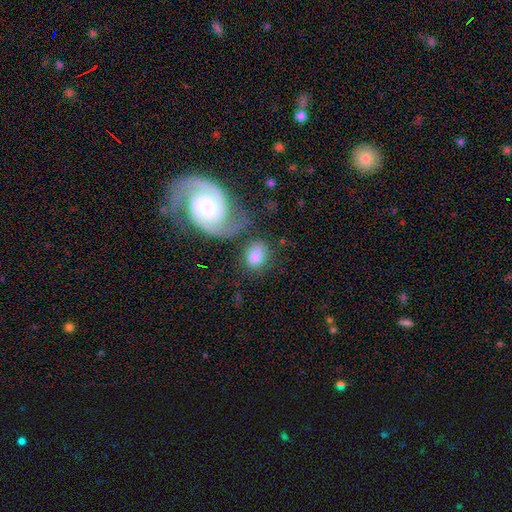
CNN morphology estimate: smooth 75%, featured or disk 17%, star or artifact 8%. Down the decision tree: how rounded — in between (54%); merging — none (57%).